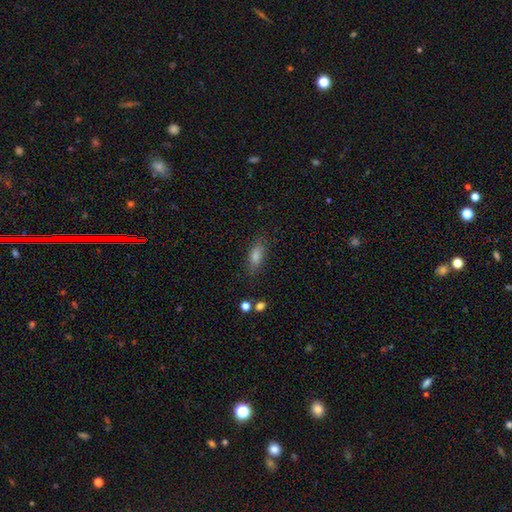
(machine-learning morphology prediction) Q: Smooth or featured?
A: smooth (71%); runner-up: star or artifact (15%)
Q: How rounded?
A: in between (68%); runner-up: cigar-shaped (27%)
Q: Merging?
A: none (82%); runner-up: minor disturbance (12%)